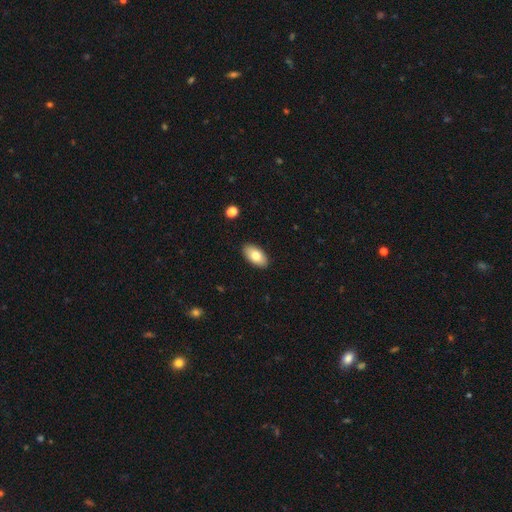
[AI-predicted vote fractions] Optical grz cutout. It shows a smooth galaxy with no disk features (79%) that is in between round and cigar-shaped (94%). Merging: none (89%).